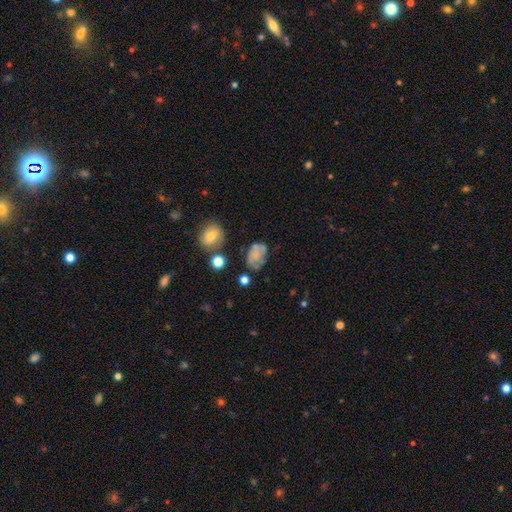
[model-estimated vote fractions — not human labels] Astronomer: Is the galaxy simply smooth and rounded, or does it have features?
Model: smooth — 53% (runner-up: featured or disk, 36%).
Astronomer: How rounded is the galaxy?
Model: in between — 74%.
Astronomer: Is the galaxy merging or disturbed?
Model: none — 50% (runner-up: minor disturbance, 27%).